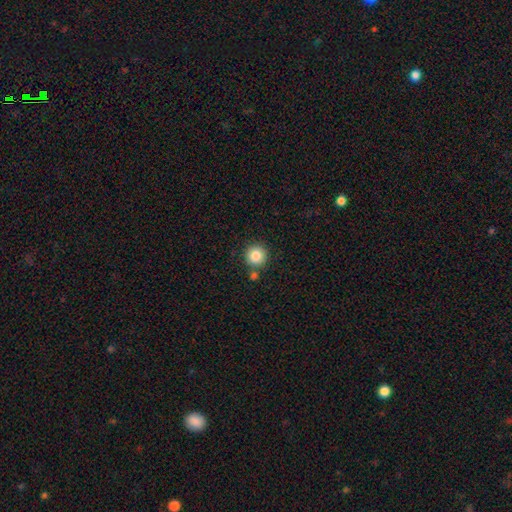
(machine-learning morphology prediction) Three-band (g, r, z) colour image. It shows a smooth galaxy with no disk features (85%) that is round (94%). Merging: none (81%).